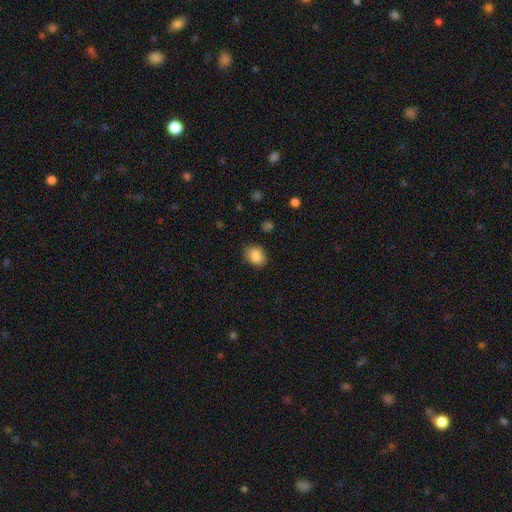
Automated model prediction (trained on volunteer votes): A smooth galaxy with no disk features (87%) that is in between round and cigar-shaped (50%). Merging: none (85%).